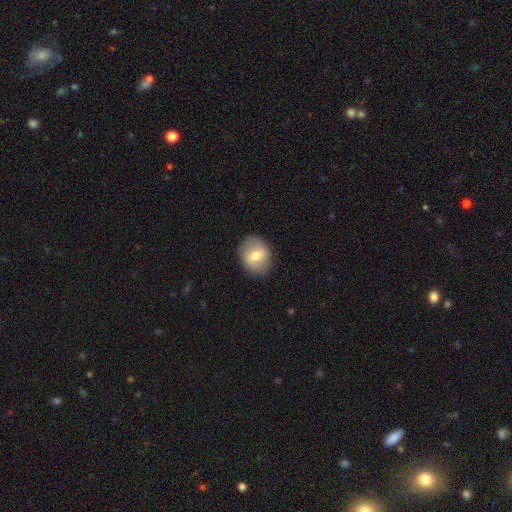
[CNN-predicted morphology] Smooth or featured?
  - smooth: 58% *
  - featured or disk: 35%
  - star or artifact: 7%
How rounded?
  - round: 61% *
  - in between: 38%
  - cigar-shaped: 1%
Merging?
  - none: 86% *
  - minor disturbance: 10%
  - major disturbance: 3%
  - merger: 1%